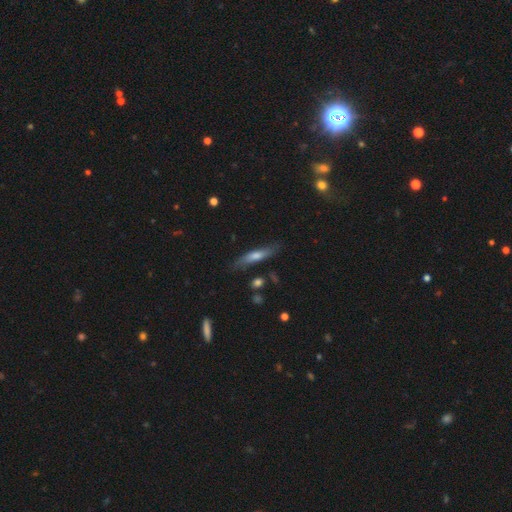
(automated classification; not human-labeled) The model was most divided on "smooth or featured": featured or disk: 47%, smooth: 44%, star or artifact: 9%. More confident: merging — none (80%).